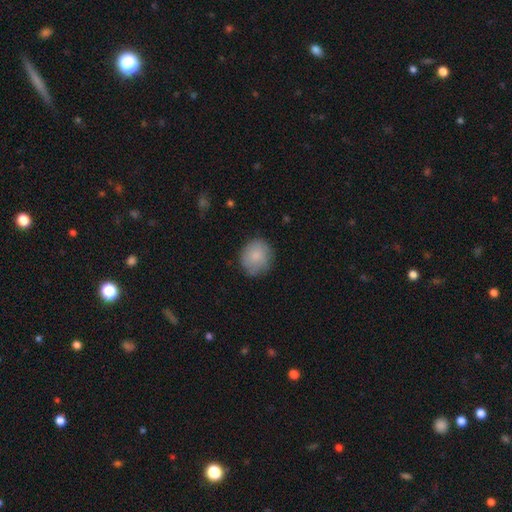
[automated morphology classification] Overall: smooth (84%). How rounded: round (80%). Merging: none (78%).